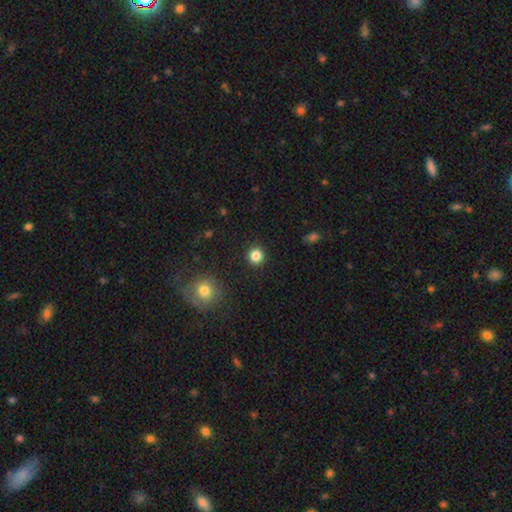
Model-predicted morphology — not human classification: Smooth or featured: smooth — 84% (star or artifact — 12%)
How rounded: round — 93% (in between — 6%)
Merging: none — 92% (minor disturbance — 5%)